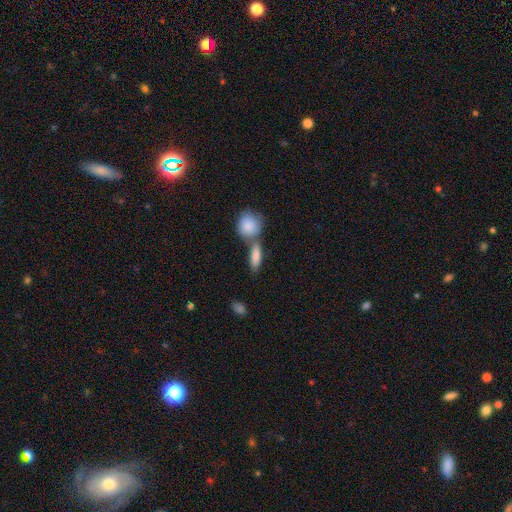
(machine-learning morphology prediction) The model was most divided on "merging": none: 45%, merger: 42%, minor disturbance: 10%, major disturbance: 4%. More confident: smooth or featured — smooth (84%); how rounded — in between (62%).